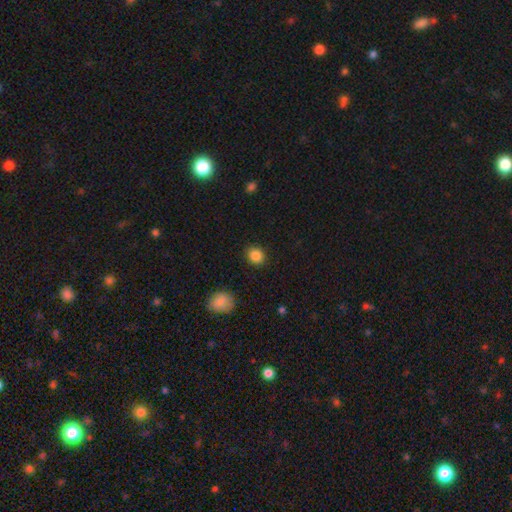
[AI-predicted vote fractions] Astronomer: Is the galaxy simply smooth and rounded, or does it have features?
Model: smooth — 86%.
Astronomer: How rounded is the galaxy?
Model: round — 73%.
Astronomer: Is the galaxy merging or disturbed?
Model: none — 89%.